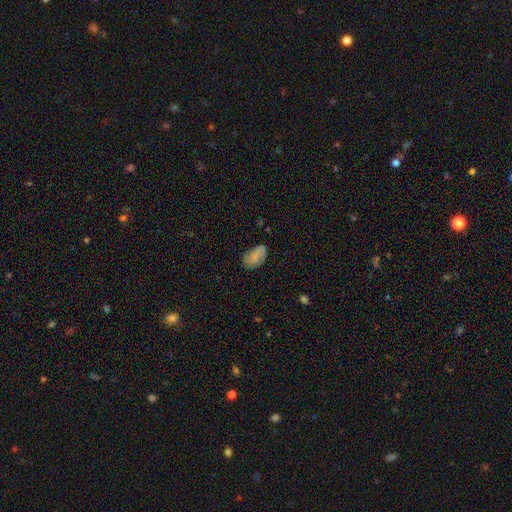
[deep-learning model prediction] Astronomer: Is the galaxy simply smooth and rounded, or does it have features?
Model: smooth — 68%.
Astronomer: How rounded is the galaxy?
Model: in between — 90%.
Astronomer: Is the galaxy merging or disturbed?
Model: none — 63%.